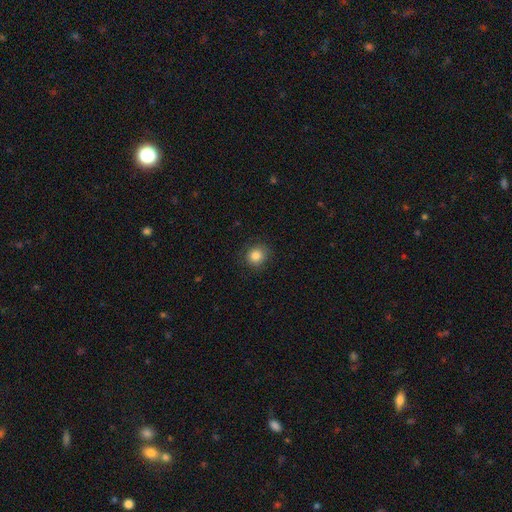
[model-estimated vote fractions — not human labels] Q: Smooth or featured?
A: smooth (85%); runner-up: star or artifact (10%)
Q: How rounded?
A: round (84%); runner-up: in between (15%)
Q: Merging?
A: none (86%); runner-up: minor disturbance (10%)